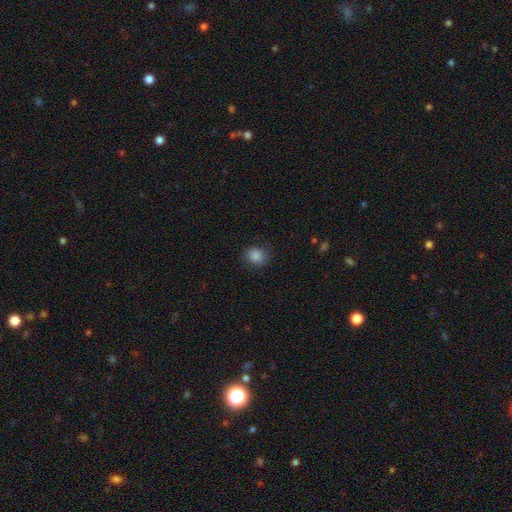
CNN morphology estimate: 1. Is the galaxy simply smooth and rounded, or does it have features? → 85% smooth, 10% star or artifact, 5% featured or disk.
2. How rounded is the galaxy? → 69% round, 30% in between, 1% cigar-shaped.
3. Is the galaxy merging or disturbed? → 82% none, 13% minor disturbance, 3% major disturbance, 1% merger.